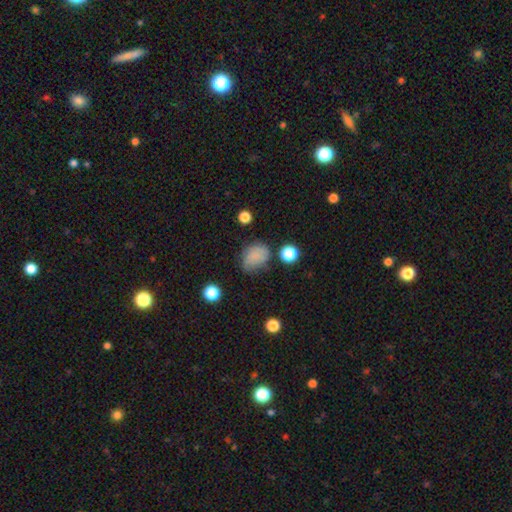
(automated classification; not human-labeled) This is likely a smooth galaxy (75%). How rounded: possibly in between (57%). Merging: possibly none (52%).